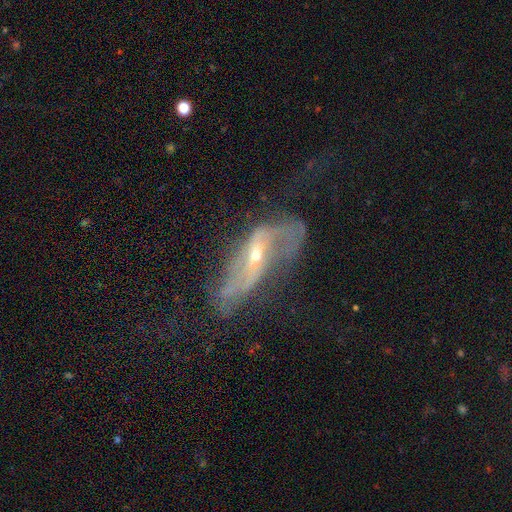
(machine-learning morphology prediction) This appears to be a featured or disk galaxy (80%) with no bar (38%), 2 (79%) loose (64%) spiral arms (82%) and a small central bulge (64%). Merging: none (47%).